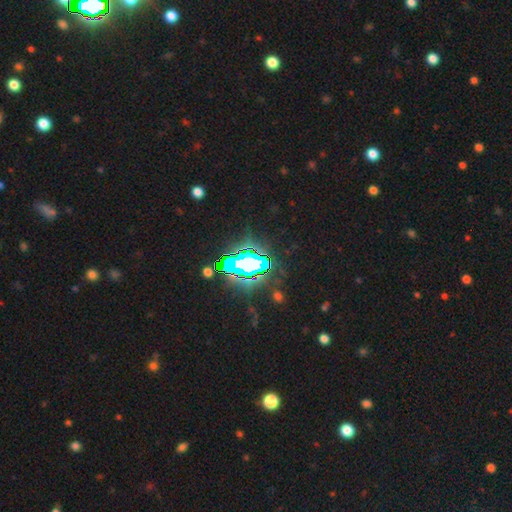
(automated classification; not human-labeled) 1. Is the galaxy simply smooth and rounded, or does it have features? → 83% star or artifact, 10% smooth, 7% featured or disk.